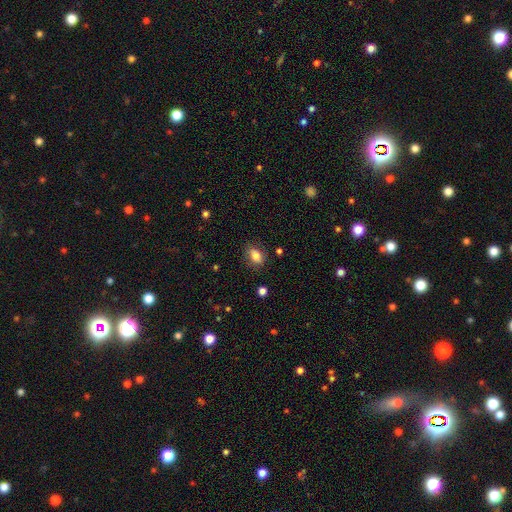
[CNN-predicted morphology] Smooth or featured: smooth — 80% (featured or disk — 10%)
How rounded: in between — 79% (round — 19%)
Merging: none — 81% (minor disturbance — 14%)